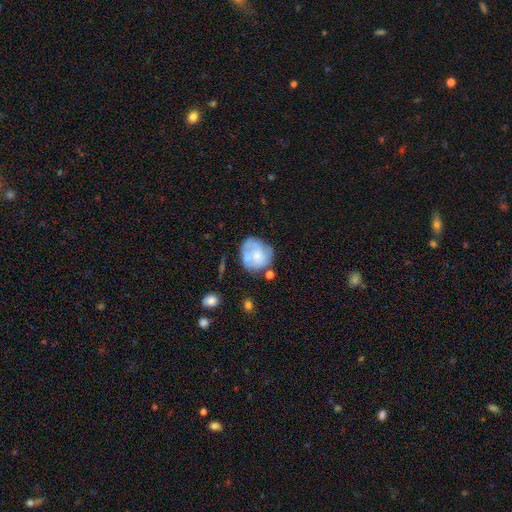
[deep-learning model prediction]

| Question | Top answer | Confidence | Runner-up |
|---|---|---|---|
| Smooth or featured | featured or disk | 48% | smooth (44%) |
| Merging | none | 49% | minor disturbance (23%) |